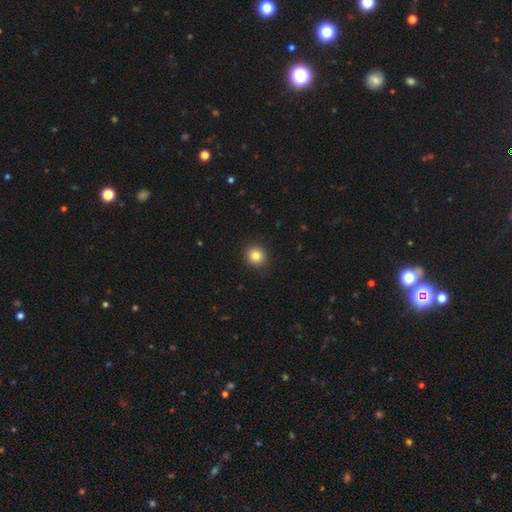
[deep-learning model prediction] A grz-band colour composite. It shows a smooth galaxy with no disk features (84%) that is round (88%). Merging: none (91%).